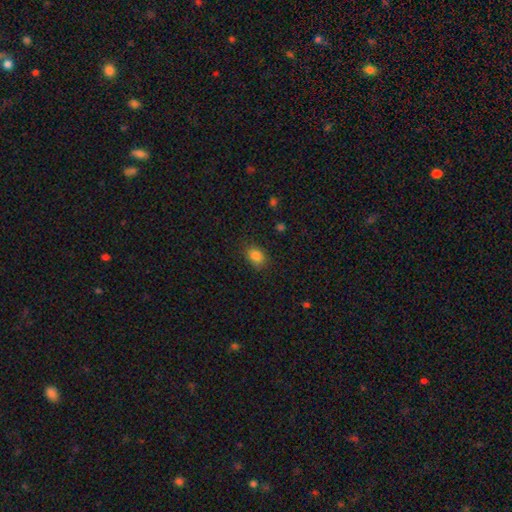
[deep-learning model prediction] The model was most divided on "how rounded": in between: 61%, round: 38%, cigar-shaped: 1%. More confident: smooth or featured — smooth (84%); merging — none (79%).